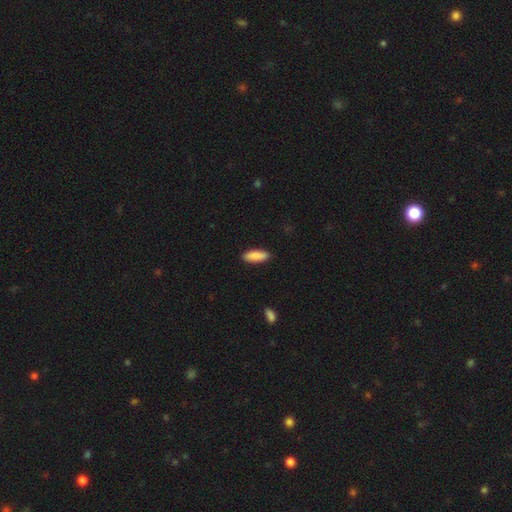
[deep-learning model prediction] Smooth or featured: smooth — 89% (star or artifact — 5%)
How rounded: in between — 67% (cigar-shaped — 32%)
Merging: none — 90% (minor disturbance — 7%)